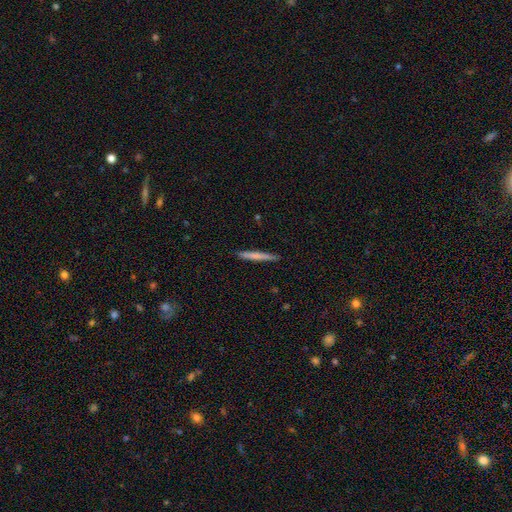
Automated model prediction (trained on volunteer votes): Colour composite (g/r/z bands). It shows a smooth galaxy with no disk features (67%) that is cigar-shaped (96%). Merging: none (89%).